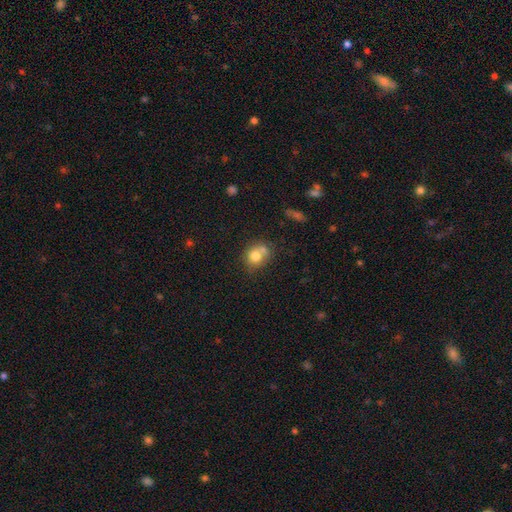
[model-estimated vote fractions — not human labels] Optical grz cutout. It shows a smooth galaxy with no disk features (75%) that is round (74%). Merging: merger (41%).